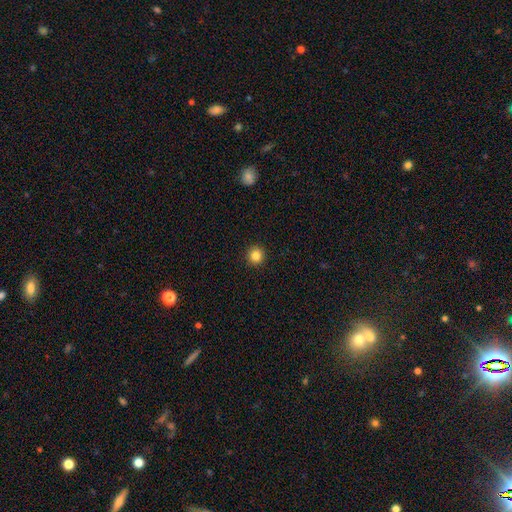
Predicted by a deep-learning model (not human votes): A smooth galaxy with no disk features (85%) that is round (95%). Merging: none (94%).